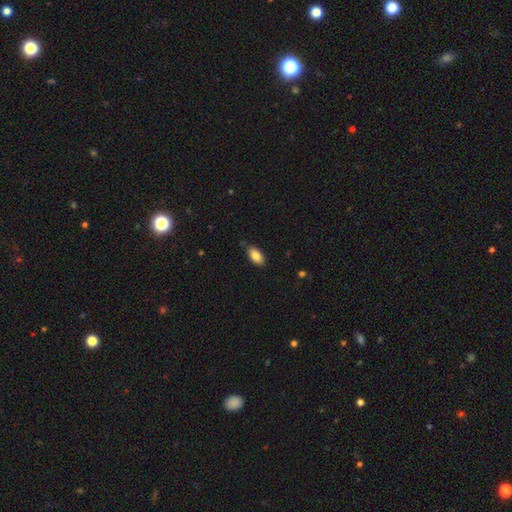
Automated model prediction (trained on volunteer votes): Smooth or featured? smooth (85%)
How rounded? in between (93%)
Merging? none (83%)